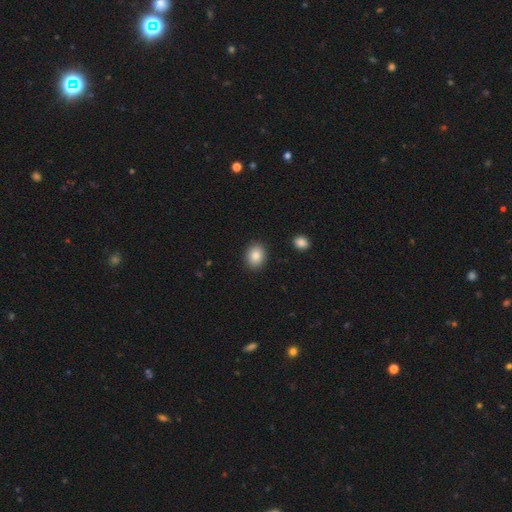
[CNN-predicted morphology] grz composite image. It shows a smooth galaxy with no disk features (86%) that is in between round and cigar-shaped (50%). Merging: none (88%).